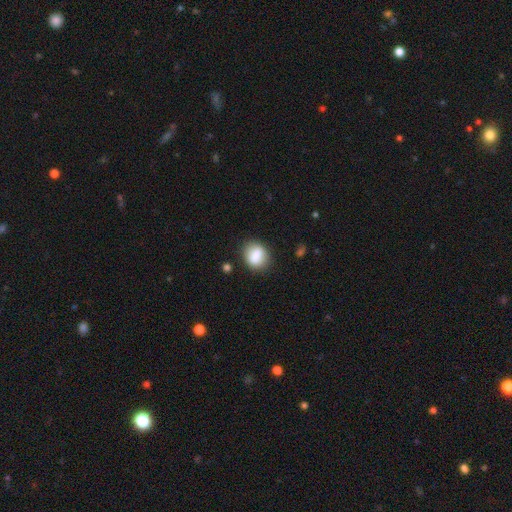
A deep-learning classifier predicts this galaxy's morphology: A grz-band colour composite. It shows a smooth galaxy with no disk features (81%) that is round (56%). Merging: none (80%).